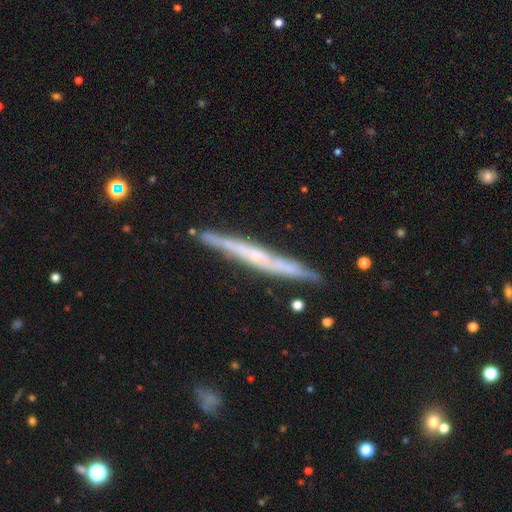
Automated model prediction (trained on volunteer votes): Smooth or featured? featured or disk (67%)
Edge-on disk? yes (93%)
Edge-on bulge? none (70%)
Merging? none (83%)